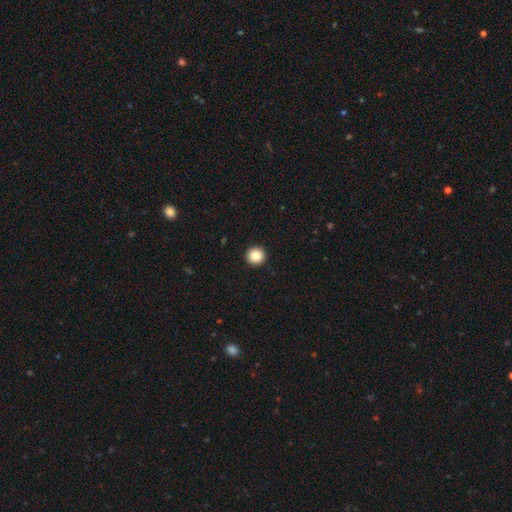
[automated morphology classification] A smooth galaxy with no disk features (84%) that is round (96%). Merging: none (94%).